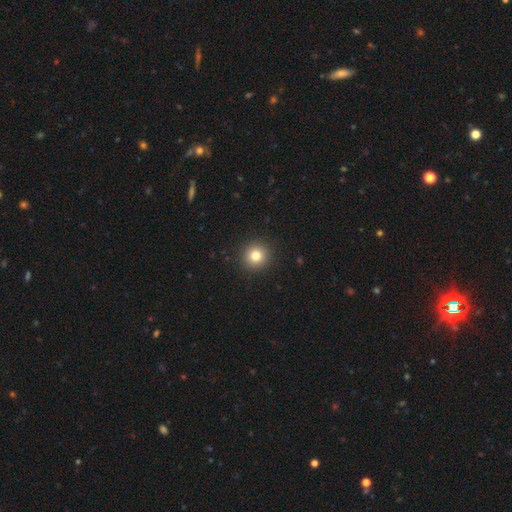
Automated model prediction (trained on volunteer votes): smooth 81%, star or artifact 12%, featured or disk 8%. Down the decision tree: how rounded — round (94%); merging — none (92%).